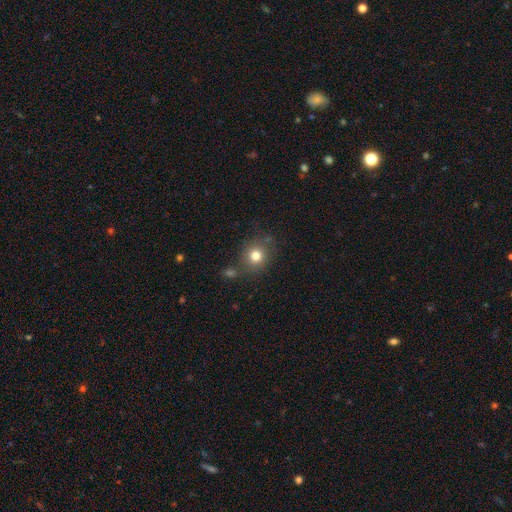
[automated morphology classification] Smooth or featured? Predicted: smooth (p=0.79). How rounded? Predicted: round (p=0.84). Merging? Predicted: none (p=0.74).